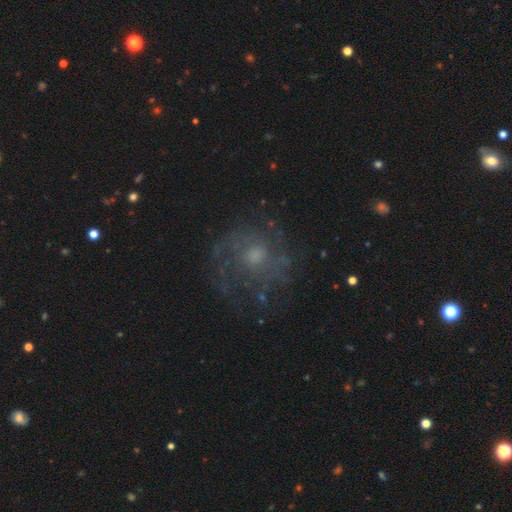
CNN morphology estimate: smooth-or-featured: featured or disk: 68% | smooth: 19% | star or artifact: 13%
  disk-edge-on: no: 97% | yes: 3%
    bar: no: 73% | weak: 24% | strong: 3%
    has-spiral-arms: yes: 78% | no: 22%
      spiral-winding: medium: 41% | tight: 40% | loose: 19%
      spiral-arm-count: can't tell: 46% | 2: 22% | 3: 14% | 4: 7% | 1: 6% | more than 4: 5%
    bulge-size: moderate: 51% | small: 32% | none: 8% | large: 8% | dominant: 1%
  merging: none: 70% | minor disturbance: 15% | major disturbance: 14% | merger: 2%